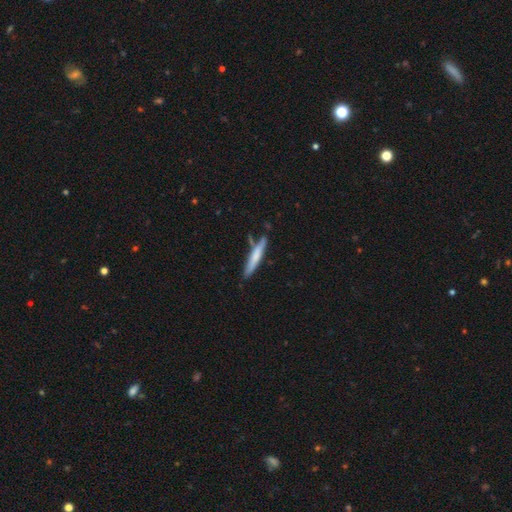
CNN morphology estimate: A smooth galaxy with no disk features (63%) that is cigar-shaped (93%).

Vote fractions:
- Smooth or featured? smooth: 63% / featured or disk: 32% / star or artifact: 5%
- How rounded? cigar-shaped: 93% / in between: 5% / round: 1%
- Merging? none: 74% / minor disturbance: 16% / merger: 7% / major disturbance: 3%